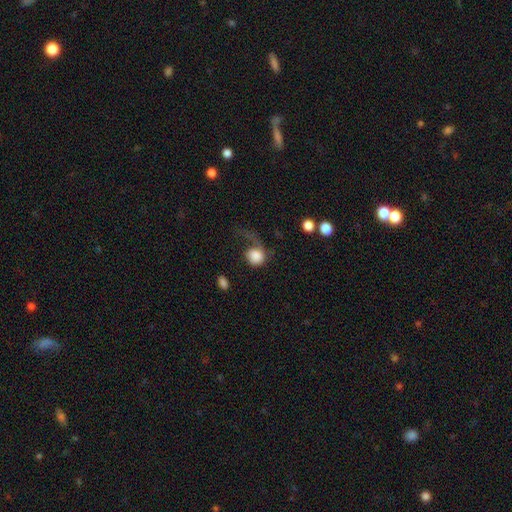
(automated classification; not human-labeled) Q: Smooth or featured?
A: smooth (73%); runner-up: featured or disk (19%)
Q: How rounded?
A: round (75%); runner-up: in between (24%)
Q: Merging?
A: major disturbance (54%); runner-up: none (25%)